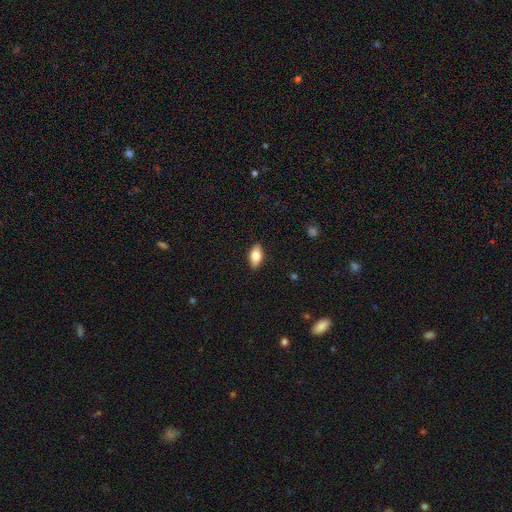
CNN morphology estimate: Smooth or featured: smooth — 76% (featured or disk — 17%)
How rounded: in between — 89% (cigar-shaped — 6%)
Merging: none — 88% (minor disturbance — 9%)